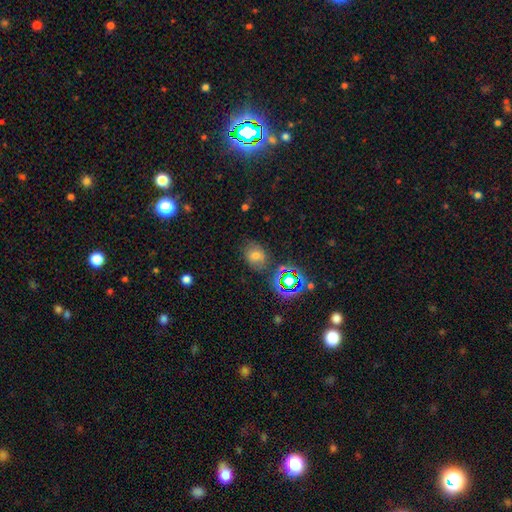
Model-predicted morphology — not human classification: type=smooth (60%); roundness=round (50%); merging=none (73%).